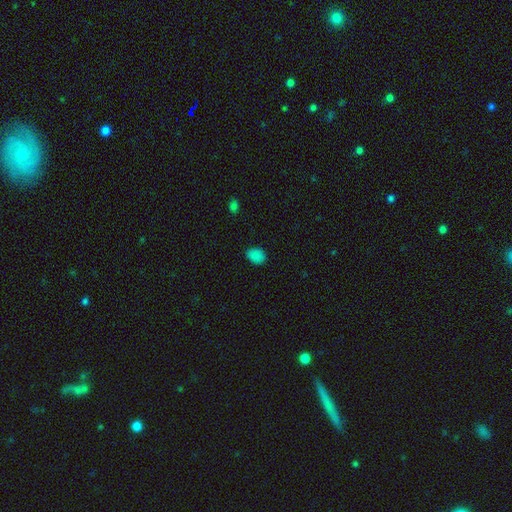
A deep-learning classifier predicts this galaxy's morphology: smooth 85%, star or artifact 12%, featured or disk 3%. Down the decision tree: how rounded — in between (66%); merging — none (84%).